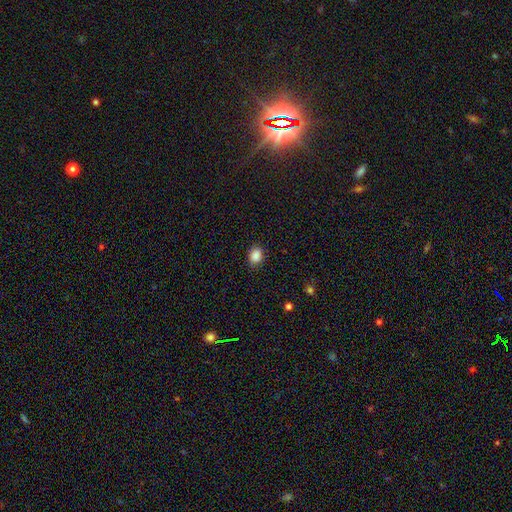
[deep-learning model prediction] This appears to be a smooth galaxy with no disk features (88%) that is in between round and cigar-shaped (62%). Merging: none (86%).